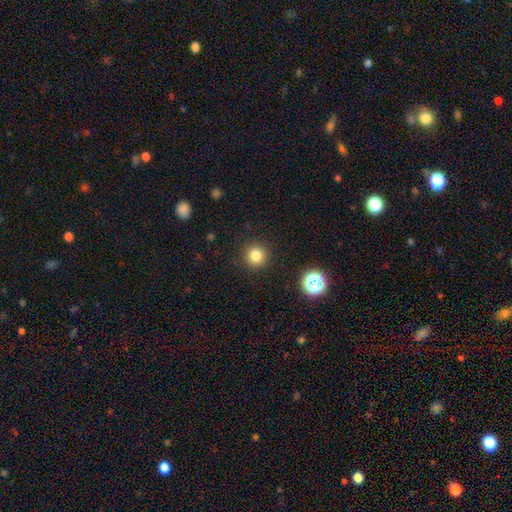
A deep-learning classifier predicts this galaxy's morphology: Smooth or featured? Predicted: smooth (p=0.81). How rounded? Predicted: round (p=0.94). Merging? Predicted: none (p=0.91).